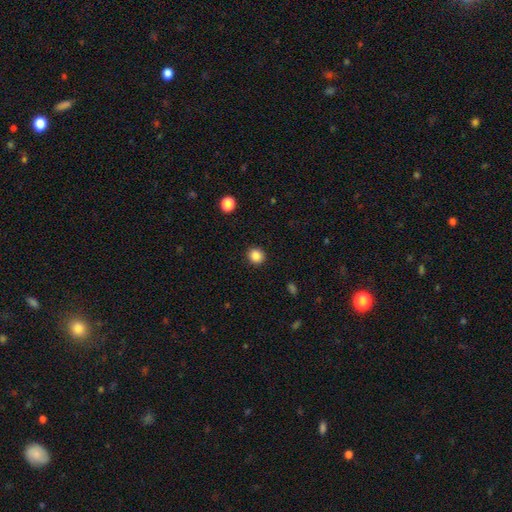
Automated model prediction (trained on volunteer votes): Q: Smooth or featured?
A: smooth (86%); runner-up: star or artifact (11%)
Q: How rounded?
A: round (90%); runner-up: in between (9%)
Q: Merging?
A: none (92%); runner-up: minor disturbance (5%)